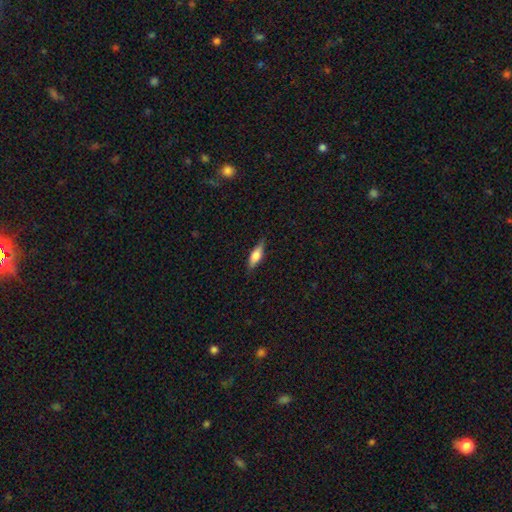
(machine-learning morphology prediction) A smooth galaxy with no disk features (61%) that is in between round and cigar-shaped (55%). Merging: none (81%).